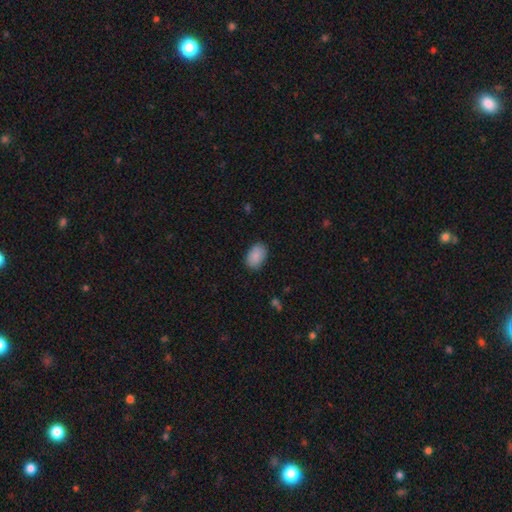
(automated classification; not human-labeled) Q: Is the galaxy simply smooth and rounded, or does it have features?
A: smooth — 89%.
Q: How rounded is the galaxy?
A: in between — 87%.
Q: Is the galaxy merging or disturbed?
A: none — 84%.